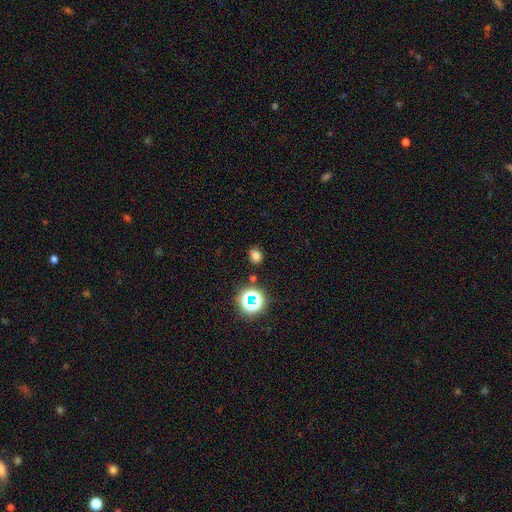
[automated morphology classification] A smooth galaxy with no disk features (73%) that is round (54%).

Vote fractions:
- Smooth or featured? smooth: 73% / star or artifact: 22% / featured or disk: 5%
- How rounded? round: 54% / in between: 45% / cigar-shaped: 1%
- Merging? none: 84% / minor disturbance: 10% / merger: 3% / major disturbance: 3%